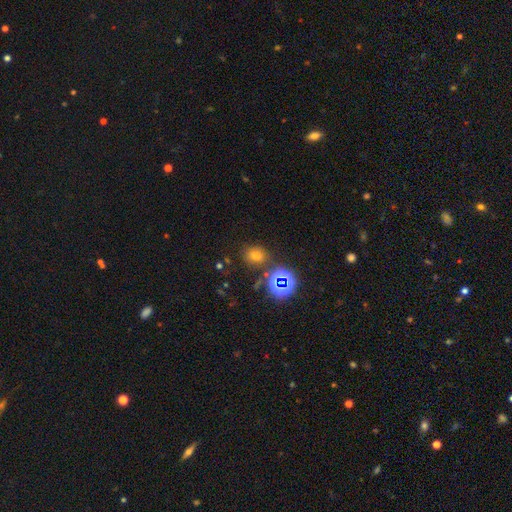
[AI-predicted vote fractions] Smooth or featured: smooth — 59% (star or artifact — 33%)
How rounded: round — 69% (in between — 30%)
Merging: none — 79% (minor disturbance — 10%)